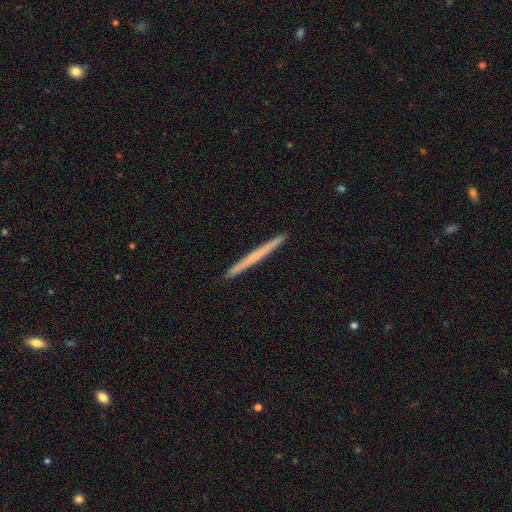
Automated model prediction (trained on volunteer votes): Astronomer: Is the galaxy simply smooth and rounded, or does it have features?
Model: smooth — 48% (runner-up: featured or disk, 46%).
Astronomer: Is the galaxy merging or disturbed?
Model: none — 93%.